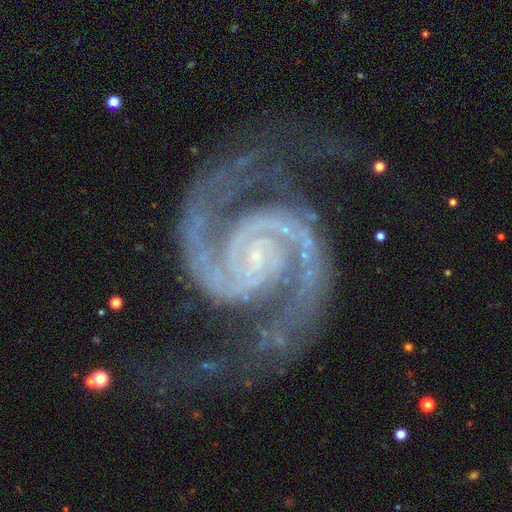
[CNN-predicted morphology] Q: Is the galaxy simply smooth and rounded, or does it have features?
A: featured or disk — 95%.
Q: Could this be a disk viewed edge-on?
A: no — 99%.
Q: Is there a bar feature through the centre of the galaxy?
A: no — 53%.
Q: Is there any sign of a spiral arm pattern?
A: yes — 99%.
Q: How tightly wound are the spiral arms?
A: medium — 56%.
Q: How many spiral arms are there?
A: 2 — 94%.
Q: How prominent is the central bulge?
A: small — 82%.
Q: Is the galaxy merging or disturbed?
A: none — 71%.